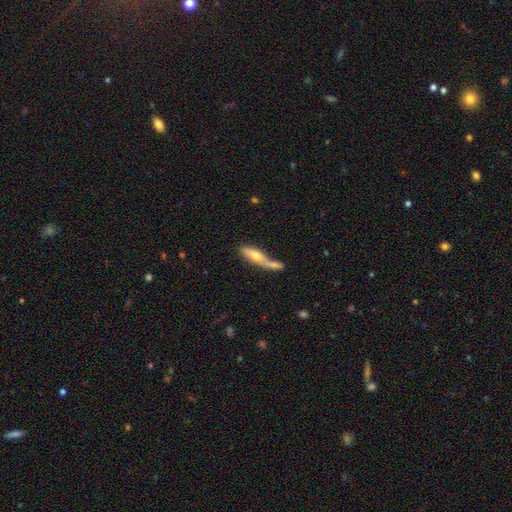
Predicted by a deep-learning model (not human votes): Smooth or featured?
  - smooth: 55% *
  - featured or disk: 38%
  - star or artifact: 7%
How rounded?
  - cigar-shaped: 65% *
  - in between: 32%
  - round: 3%
Merging?
  - merger: 39% *
  - none: 37%
  - minor disturbance: 16%
  - major disturbance: 8%